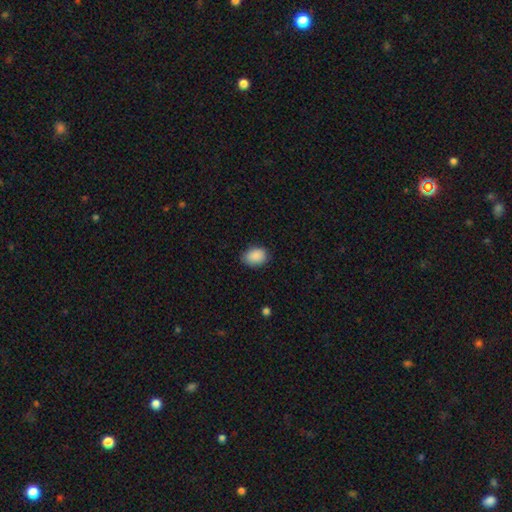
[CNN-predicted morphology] Q: Smooth or featured?
A: smooth (89%); runner-up: star or artifact (8%)
Q: How rounded?
A: in between (76%); runner-up: round (23%)
Q: Merging?
A: none (82%); runner-up: minor disturbance (15%)